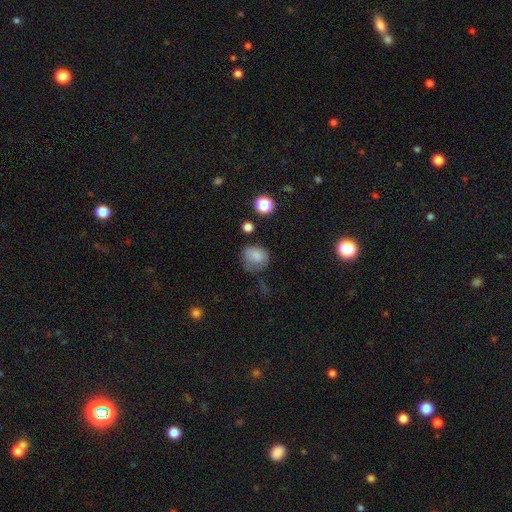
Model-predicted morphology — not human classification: Overall: smooth (78%). How rounded: round (67%; in between 32%). Merging: none (47%; minor disturbance 29%).